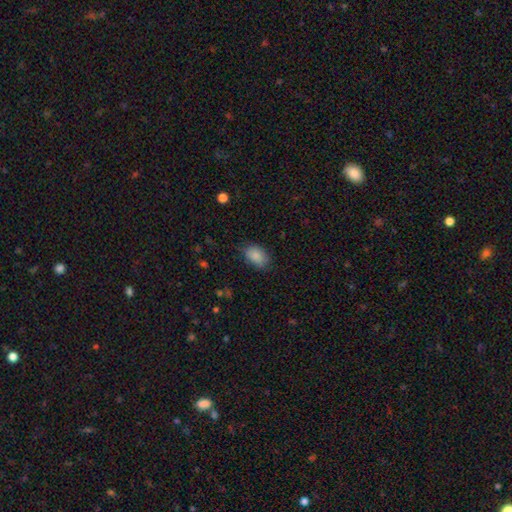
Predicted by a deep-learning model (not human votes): smooth 87%, star or artifact 8%, featured or disk 5%. Down the decision tree: how rounded — in between (85%); merging — none (79%).